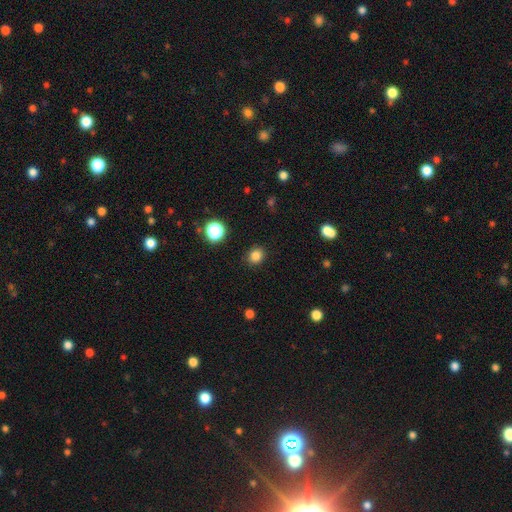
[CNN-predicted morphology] Overall: smooth (83%). How rounded: round (73%). Merging: none (89%).